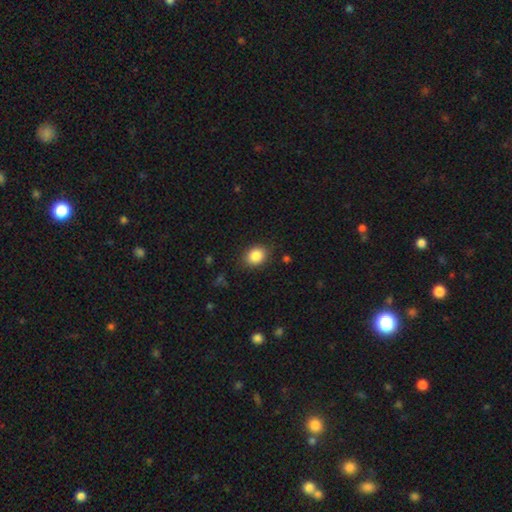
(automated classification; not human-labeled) Overall: smooth (86%). How rounded: in between (51%; round 48%). Merging: none (85%).